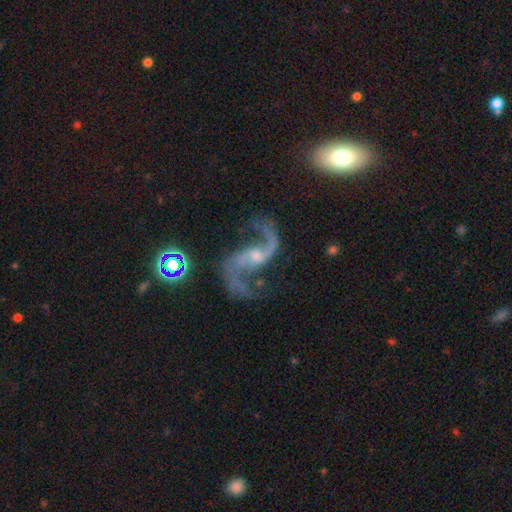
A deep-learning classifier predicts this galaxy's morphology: type=featured or disk (92%); edge-on=no (97%); bar=no (43%); spiral arms=yes (98%); winding=loose (72%); arm count=2 (94%); bulge=small (64%); merging=none (70%).